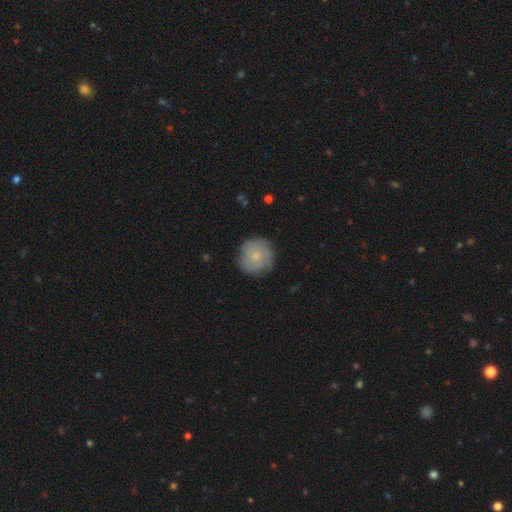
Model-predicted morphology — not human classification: smooth-or-featured: smooth: 55% | featured or disk: 38% | star or artifact: 7%
  how-rounded: round: 93% | in between: 6% | cigar-shaped: 1%
  merging: none: 81% | minor disturbance: 14% | major disturbance: 4% | merger: 1%